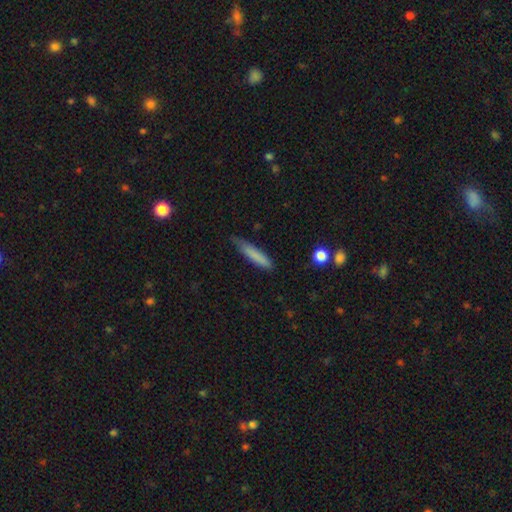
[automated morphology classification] Smooth or featured?
  - smooth: 78% *
  - featured or disk: 15%
  - star or artifact: 7%
How rounded?
  - cigar-shaped: 88% *
  - in between: 11%
  - round: 1%
Merging?
  - none: 65% *
  - minor disturbance: 27%
  - major disturbance: 5%
  - merger: 2%